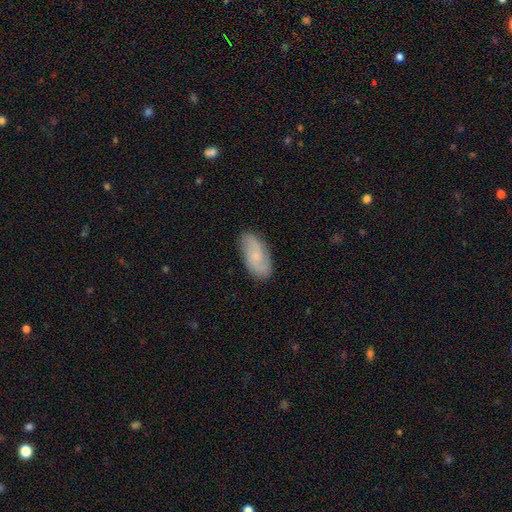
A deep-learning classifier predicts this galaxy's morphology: The model was most divided on "smooth or featured": smooth: 50%, featured or disk: 43%, star or artifact: 7%. More confident: how rounded — in between (88%); merging — none (81%).